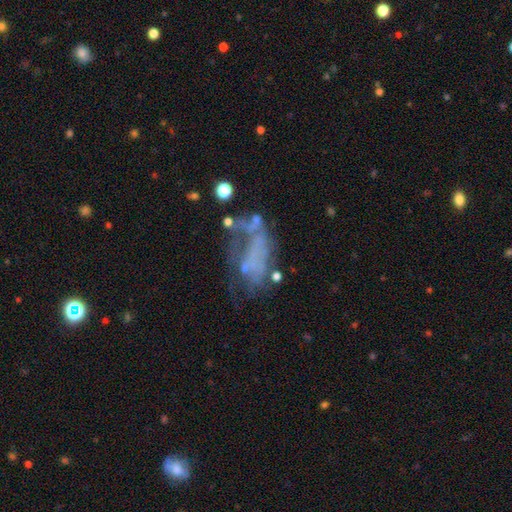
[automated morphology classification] featured or disk 55%, smooth 26%, star or artifact 19%. Down the decision tree: edge-on disk — no (96%); bar — no (89%); spiral arms — no (85%); bulge size — none (82%); merging — major disturbance (43%).